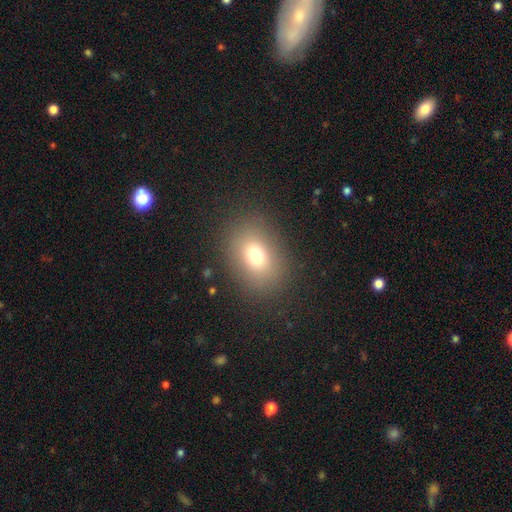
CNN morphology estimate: A smooth galaxy with no disk features (73%) that is in between round and cigar-shaped (61%). Merging: none (85%).